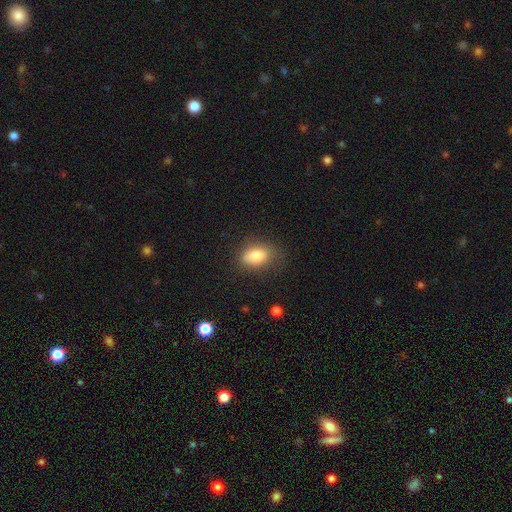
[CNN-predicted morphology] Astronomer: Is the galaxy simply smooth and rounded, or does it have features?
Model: smooth — 82%.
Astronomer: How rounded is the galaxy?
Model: in between — 84%.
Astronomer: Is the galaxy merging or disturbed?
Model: none — 70%.